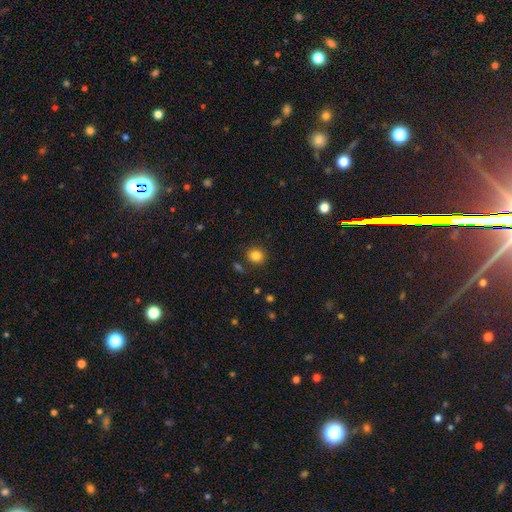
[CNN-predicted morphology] Smooth or featured? smooth (84%)
How rounded? round (83%)
Merging? none (86%)